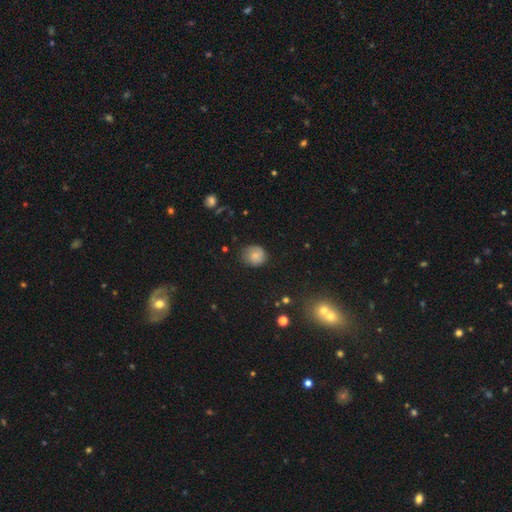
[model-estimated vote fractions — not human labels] Smooth or featured? smooth (73%)
How rounded? round (77%)
Merging? none (71%)